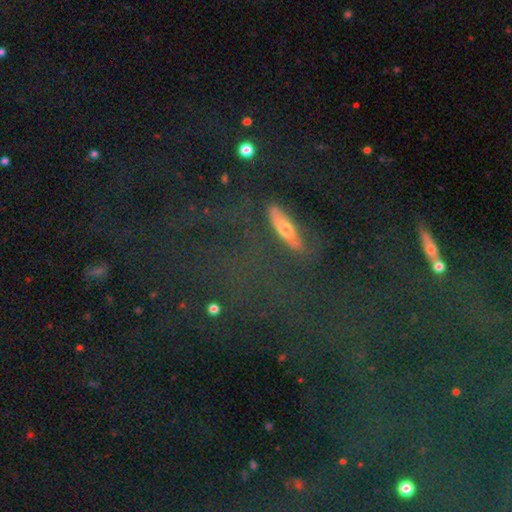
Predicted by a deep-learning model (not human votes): A star or artifact, not a galaxy (42%).